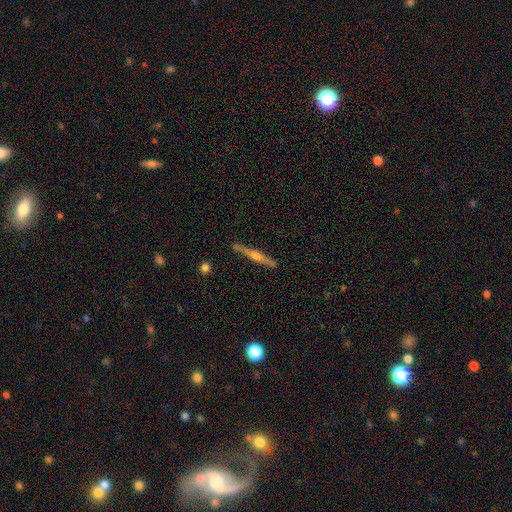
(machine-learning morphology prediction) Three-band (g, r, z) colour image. It shows a featured or disk galaxy (75%) viewed edge-on (98%) with a rounded central bulge (83%). Merging: none (89%).